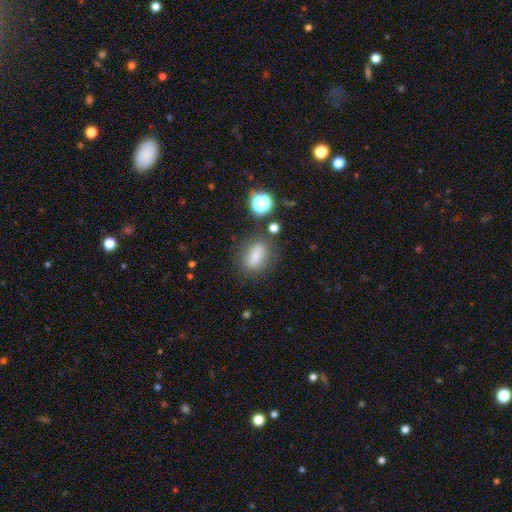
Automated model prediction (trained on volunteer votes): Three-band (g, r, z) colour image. It shows a smooth galaxy with no disk features (76%) that is in between round and cigar-shaped (66%). Merging: none (76%).